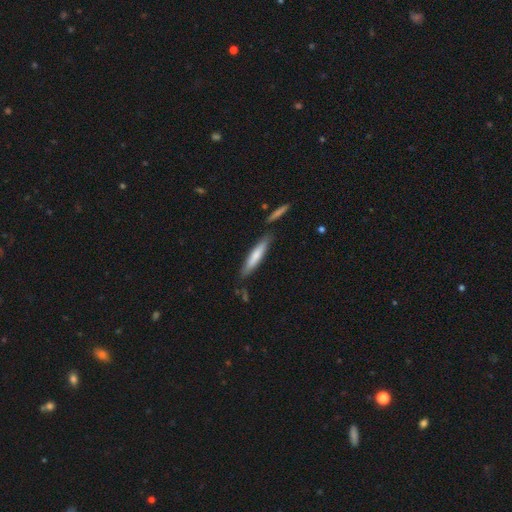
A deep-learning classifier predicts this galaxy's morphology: Smooth or featured? Predicted: smooth (p=0.68). How rounded? Predicted: cigar-shaped (p=0.89). Merging? Predicted: none (p=0.79).